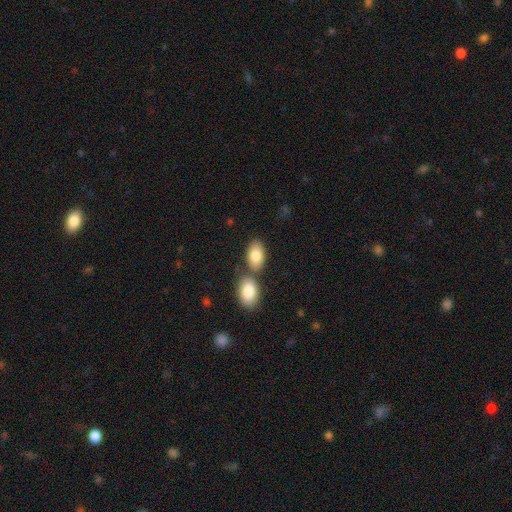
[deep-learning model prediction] This is clearly a smooth galaxy (83%). How rounded: clearly in between (93%). Merging: possibly none (53%).